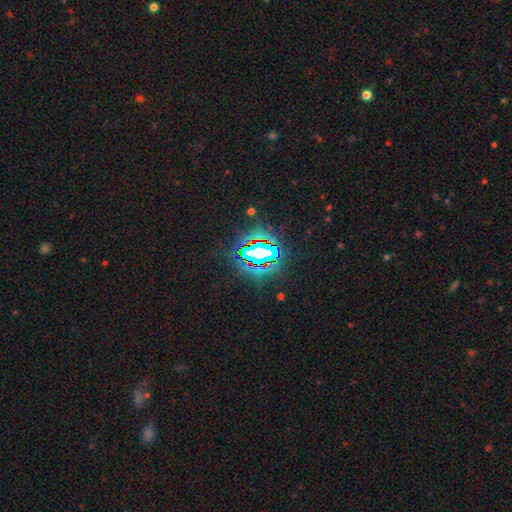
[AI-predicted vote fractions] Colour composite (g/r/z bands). It shows a star or artifact, not a galaxy (82%).